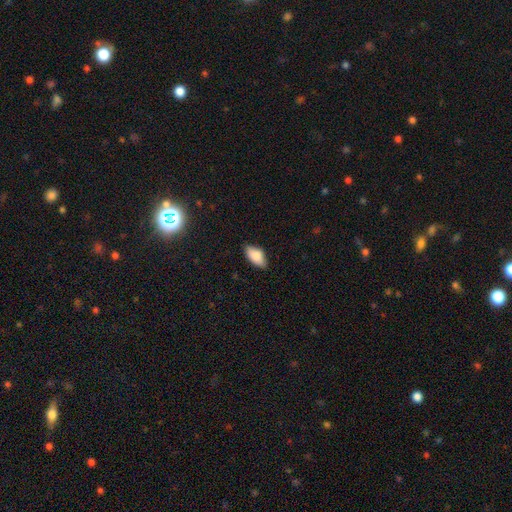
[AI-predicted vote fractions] Smooth or featured? Predicted: smooth (p=0.87). How rounded? Predicted: in between (p=0.92). Merging? Predicted: none (p=0.81).